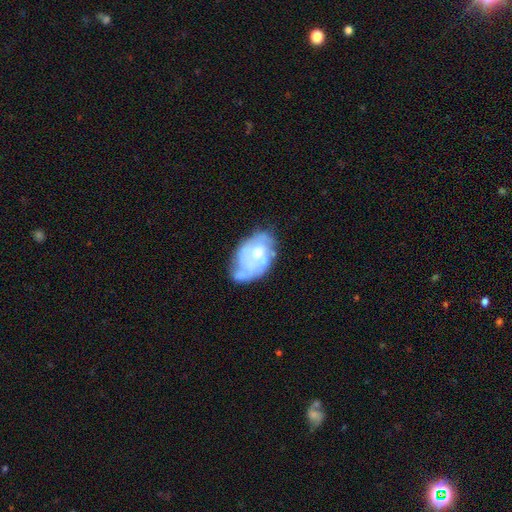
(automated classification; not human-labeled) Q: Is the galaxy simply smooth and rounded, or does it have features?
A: featured or disk — 66%.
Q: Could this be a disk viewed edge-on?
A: no — 97%.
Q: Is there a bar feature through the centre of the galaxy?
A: no — 77%.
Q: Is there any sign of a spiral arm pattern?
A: yes — 59%.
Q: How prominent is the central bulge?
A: moderate — 56%.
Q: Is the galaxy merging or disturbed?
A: none — 46%.